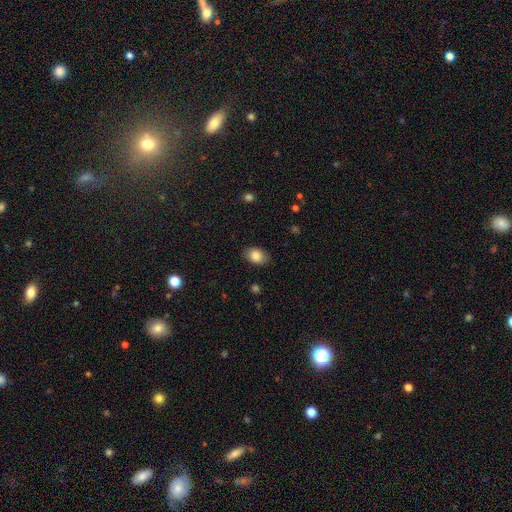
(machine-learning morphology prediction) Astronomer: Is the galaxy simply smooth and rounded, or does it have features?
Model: smooth — 85%.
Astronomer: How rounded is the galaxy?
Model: in between — 77%.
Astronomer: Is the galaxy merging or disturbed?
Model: none — 85%.